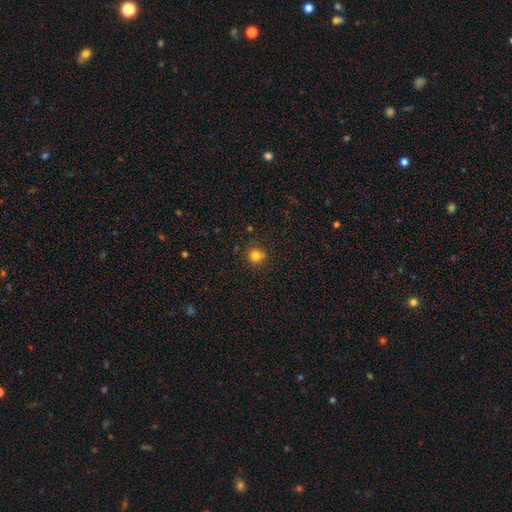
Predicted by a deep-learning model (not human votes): Smooth or featured? smooth (79%)
How rounded? round (93%)
Merging? none (76%)